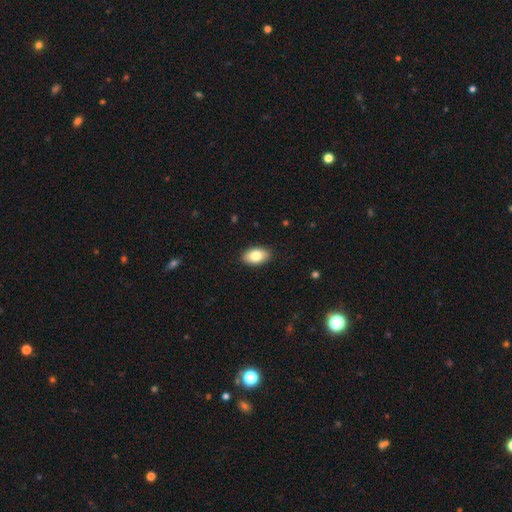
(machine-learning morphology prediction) Smooth or featured?
  - smooth: 83% *
  - featured or disk: 10%
  - star or artifact: 7%
How rounded?
  - in between: 92% *
  - round: 6%
  - cigar-shaped: 1%
Merging?
  - none: 89% *
  - minor disturbance: 8%
  - major disturbance: 2%
  - merger: 1%